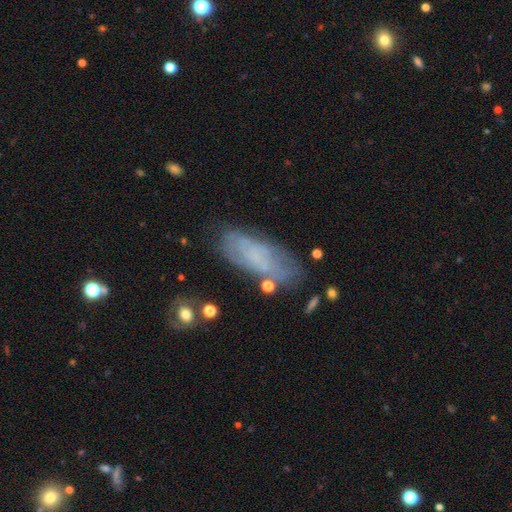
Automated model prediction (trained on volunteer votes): This is possibly a smooth galaxy (48%). Merging: likely none (67%).